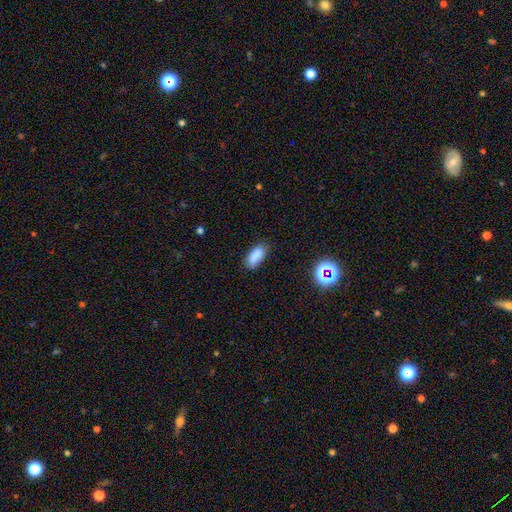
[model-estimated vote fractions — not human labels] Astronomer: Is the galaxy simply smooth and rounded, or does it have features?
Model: smooth — 85%.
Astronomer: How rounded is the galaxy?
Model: in between — 88%.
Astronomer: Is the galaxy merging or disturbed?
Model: none — 79%.